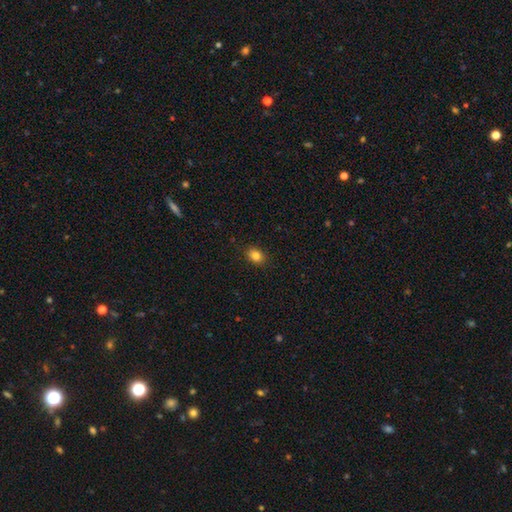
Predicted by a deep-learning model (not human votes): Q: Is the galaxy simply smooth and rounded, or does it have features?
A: smooth — 84%.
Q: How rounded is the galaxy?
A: in between — 65%.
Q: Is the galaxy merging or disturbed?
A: none — 89%.